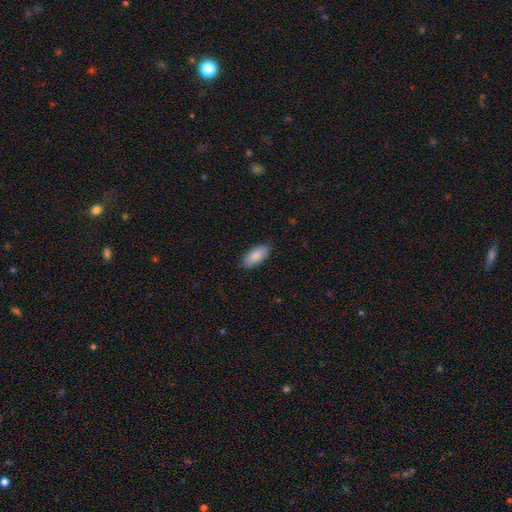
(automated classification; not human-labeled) Smooth or featured? Predicted: smooth (p=0.88). How rounded? Predicted: in between (p=0.90). Merging? Predicted: none (p=0.86).